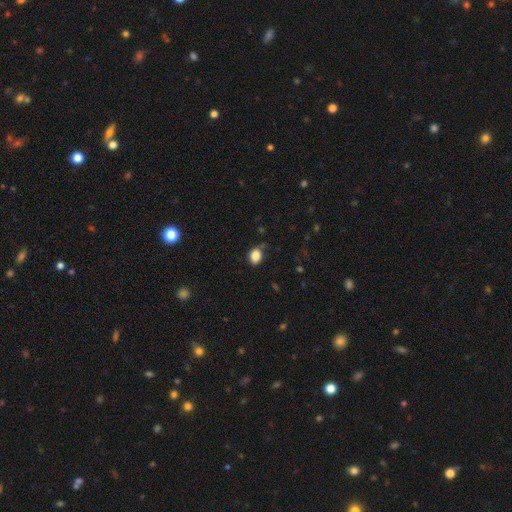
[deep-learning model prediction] Overall: smooth (85%). How rounded: in between (56%; round 43%). Merging: none (74%).